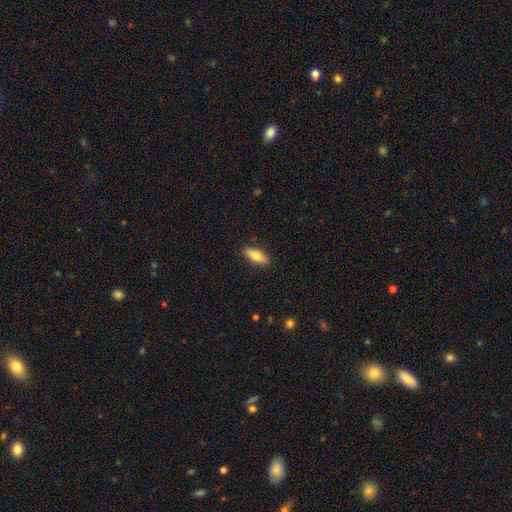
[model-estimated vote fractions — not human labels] Smooth or featured: smooth — 81% (featured or disk — 13%)
How rounded: in between — 68% (cigar-shaped — 30%)
Merging: none — 88% (minor disturbance — 9%)